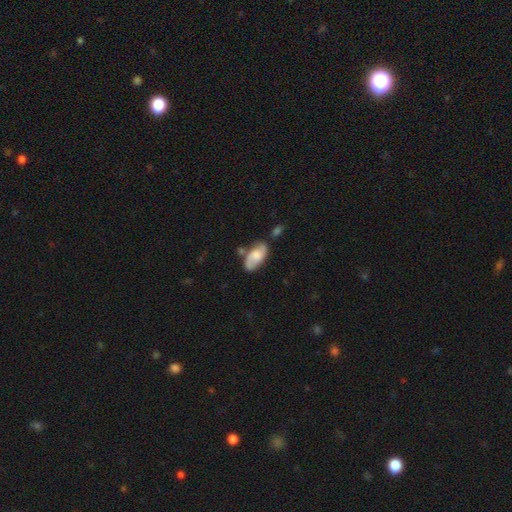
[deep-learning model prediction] This appears to be a featured or disk galaxy (48%). Merging: none (61%).